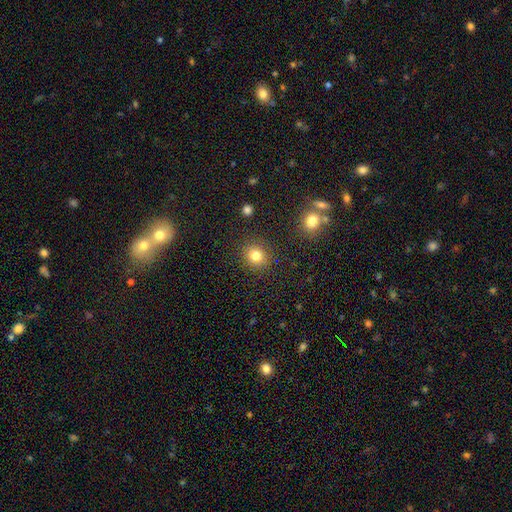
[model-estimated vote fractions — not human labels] Smooth or featured? Predicted: smooth (p=0.81). How rounded? Predicted: round (p=0.80). Merging? Predicted: none (p=0.88).